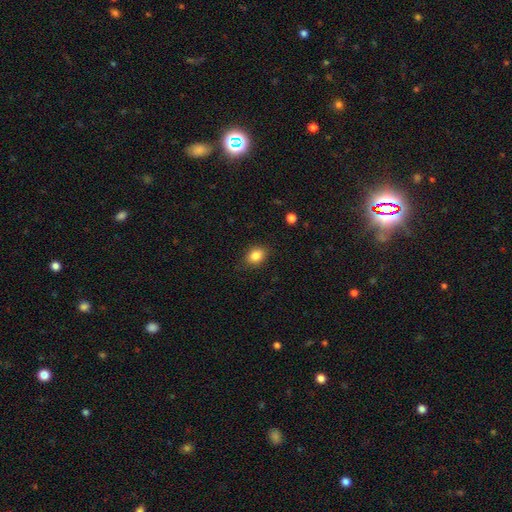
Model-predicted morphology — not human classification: Smooth or featured: smooth — 84% (star or artifact — 10%)
How rounded: in between — 67% (round — 32%)
Merging: none — 84% (minor disturbance — 12%)